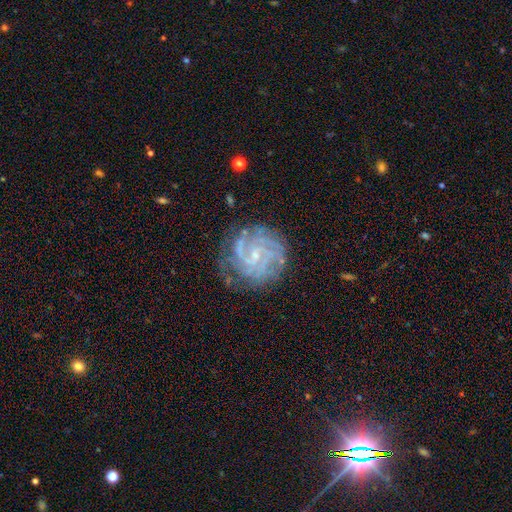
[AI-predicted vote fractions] Smooth or featured? Predicted: featured or disk (p=0.87). Edge-on disk? Predicted: no (p=0.98). Bar? Predicted: no (p=0.52). Spiral arms? Predicted: yes (p=0.97). Spiral winding? Predicted: tight (p=0.70). Spiral arm count? Predicted: 4 (p=0.23, tied with can't tell). Bulge size? Predicted: small (p=0.76). Merging? Predicted: none (p=0.74).